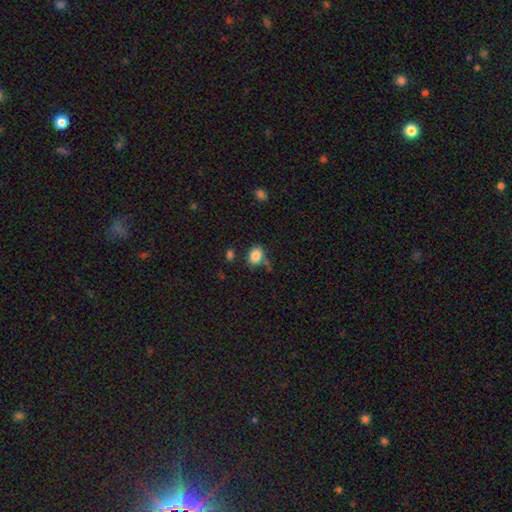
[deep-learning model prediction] The model was most divided on "how rounded": in between: 61%, round: 38%, cigar-shaped: 1%. More confident: smooth or featured — smooth (86%); merging — none (71%).